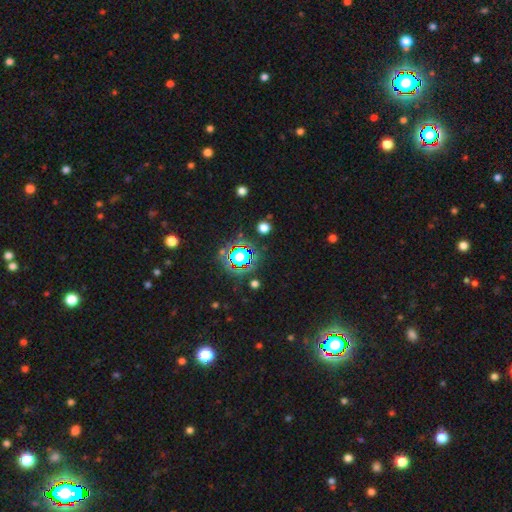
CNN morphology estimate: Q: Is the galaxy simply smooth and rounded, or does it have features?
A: star or artifact — 79%.